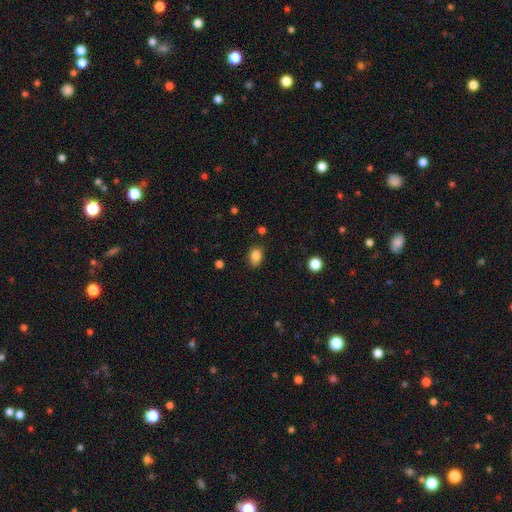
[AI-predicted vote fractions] smooth 84%, star or artifact 10%, featured or disk 5%. Down the decision tree: how rounded — in between (71%); merging — none (80%).